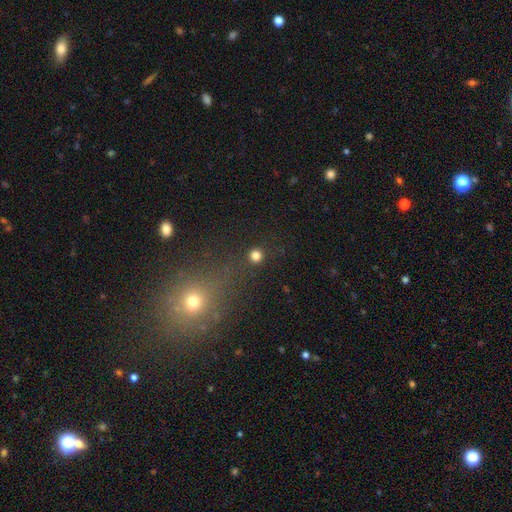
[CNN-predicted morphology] smooth_or_featured: smooth (p=0.80) [alt: star or artifact p=0.16]
how_rounded: round (p=0.94) [alt: in between p=0.05]
merging: none (p=0.88) [alt: minor disturbance p=0.06]